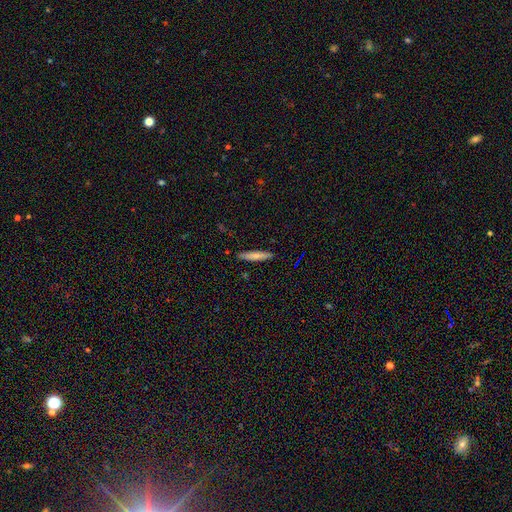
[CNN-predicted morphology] A smooth galaxy with no disk features (70%) that is cigar-shaped (90%). Merging: none (89%).